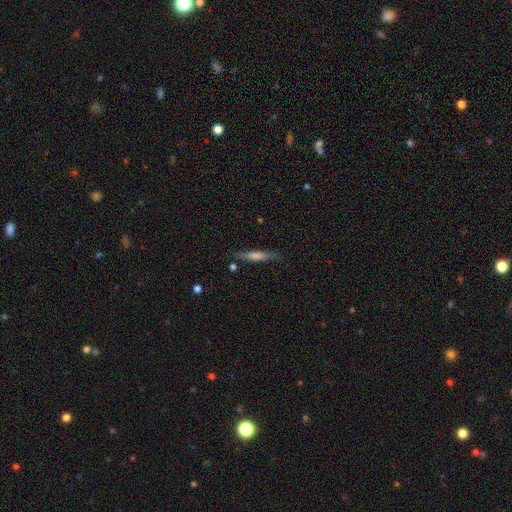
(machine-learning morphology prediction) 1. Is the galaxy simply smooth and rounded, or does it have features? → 62% featured or disk, 29% smooth, 9% star or artifact.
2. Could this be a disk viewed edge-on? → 94% yes, 6% no.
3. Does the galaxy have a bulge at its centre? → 69% rounded, 16% none, 15% boxy.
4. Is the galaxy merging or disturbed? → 85% none, 11% minor disturbance, 2% major disturbance, 2% merger.